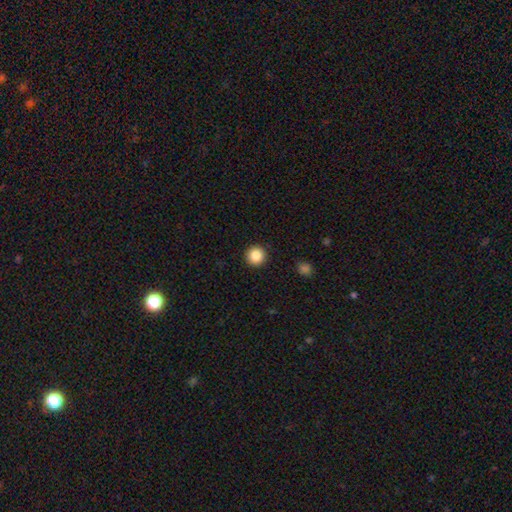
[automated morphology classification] Smooth or featured? smooth (86%)
How rounded? round (95%)
Merging? none (93%)